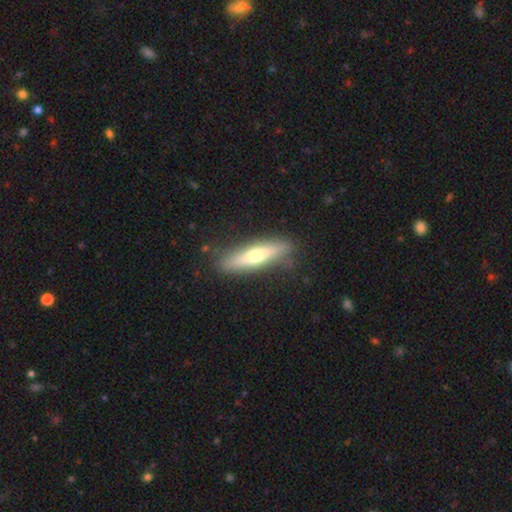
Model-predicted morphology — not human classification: This is possibly a smooth galaxy (51%). How rounded: clearly cigar-shaped (82%). Merging: clearly none (84%).